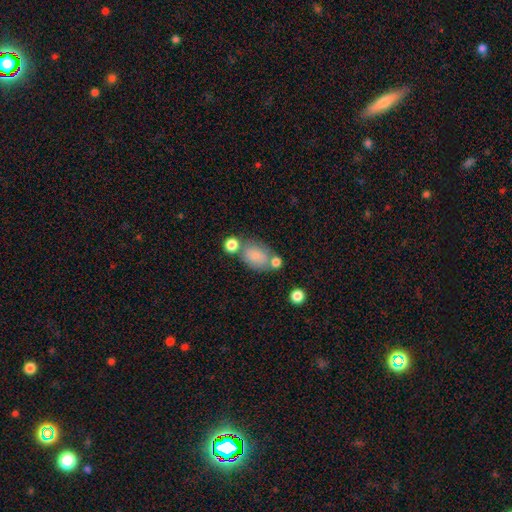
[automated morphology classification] This appears to be a smooth galaxy with no disk features (77%) that is in between round and cigar-shaped (77%). Merging: none (52%).